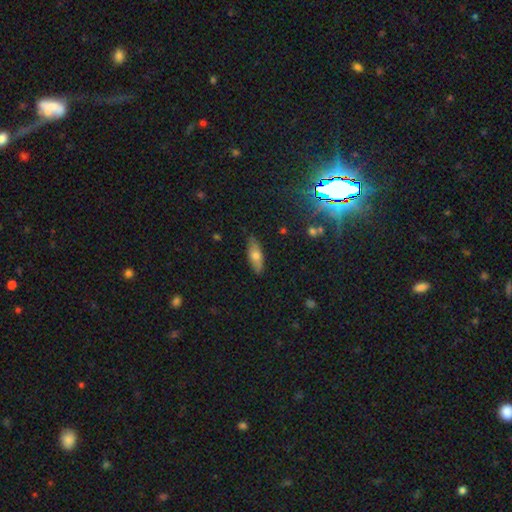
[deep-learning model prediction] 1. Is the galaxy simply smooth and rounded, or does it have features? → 66% smooth, 27% featured or disk, 8% star or artifact.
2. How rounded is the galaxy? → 64% in between, 33% cigar-shaped, 3% round.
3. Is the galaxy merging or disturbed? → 84% none, 12% minor disturbance, 2% major disturbance, 1% merger.